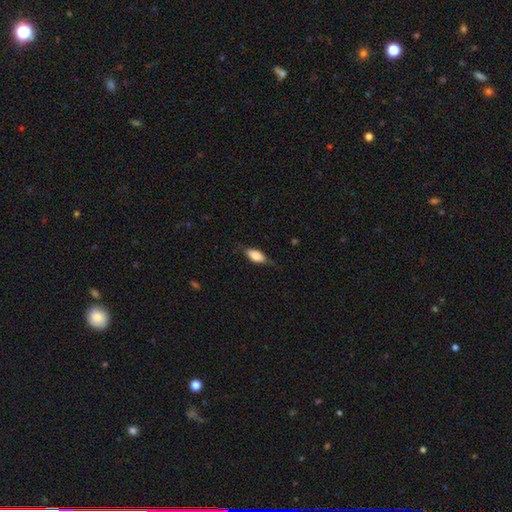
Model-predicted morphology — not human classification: smooth-or-featured: smooth: 68% | featured or disk: 25% | star or artifact: 7%
  how-rounded: in between: 79% | cigar-shaped: 17% | round: 4%
  merging: none: 70% | minor disturbance: 22% | major disturbance: 7% | merger: 1%